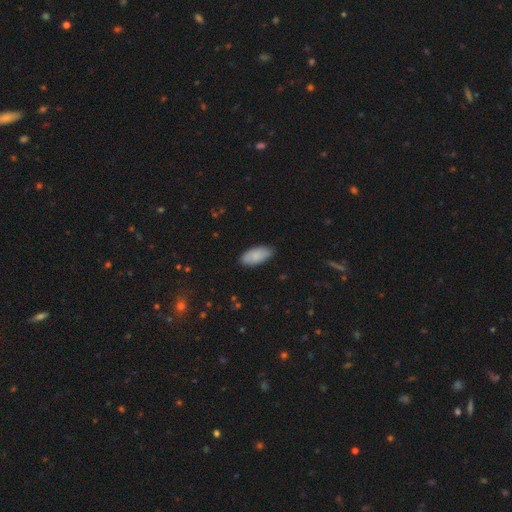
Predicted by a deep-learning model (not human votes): Smooth or featured: smooth — 86% (featured or disk — 8%)
How rounded: in between — 90% (cigar-shaped — 8%)
Merging: none — 83% (minor disturbance — 14%)